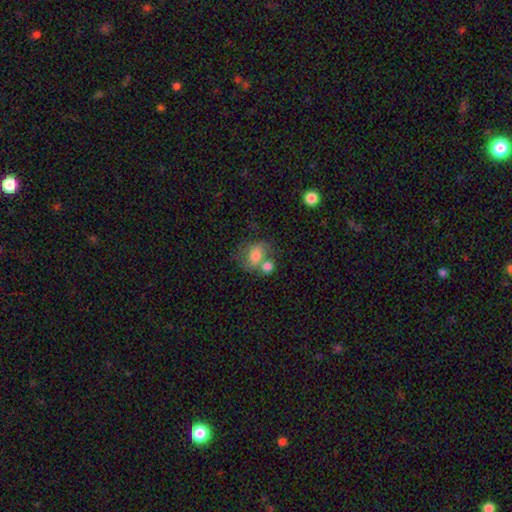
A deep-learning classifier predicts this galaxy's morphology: Smooth or featured: smooth — 68% (featured or disk — 23%)
How rounded: in between — 53% (round — 46%)
Merging: merger — 44% (none — 34%)